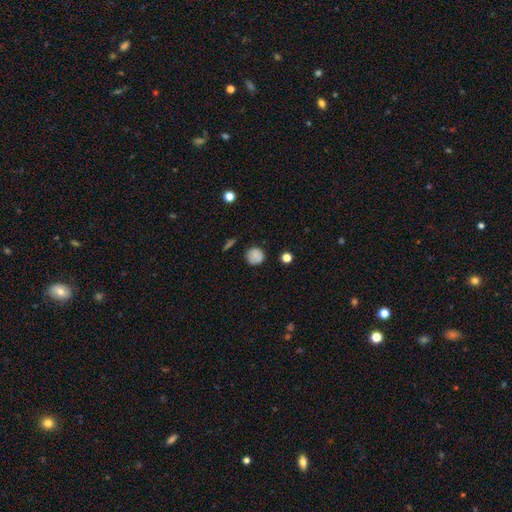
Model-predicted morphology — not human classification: This is clearly a smooth galaxy (82%). How rounded: clearly round (92%). Merging: clearly none (82%).